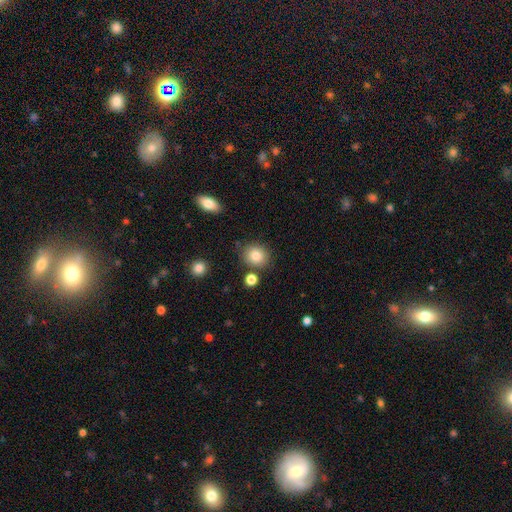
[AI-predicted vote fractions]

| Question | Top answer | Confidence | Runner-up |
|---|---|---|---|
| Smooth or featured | smooth | 83% | star or artifact (10%) |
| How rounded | round | 73% | in between (26%) |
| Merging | none | 79% | minor disturbance (11%) |